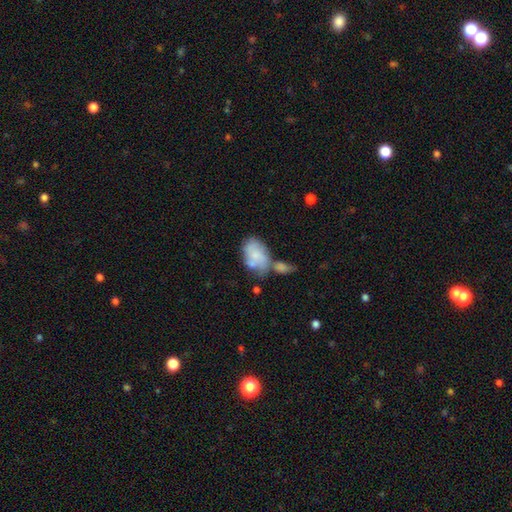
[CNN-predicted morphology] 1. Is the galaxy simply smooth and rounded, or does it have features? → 60% smooth, 33% featured or disk, 7% star or artifact.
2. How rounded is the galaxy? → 88% in between, 11% round, 2% cigar-shaped.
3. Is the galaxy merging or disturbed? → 41% merger, 28% none, 20% minor disturbance, 12% major disturbance.